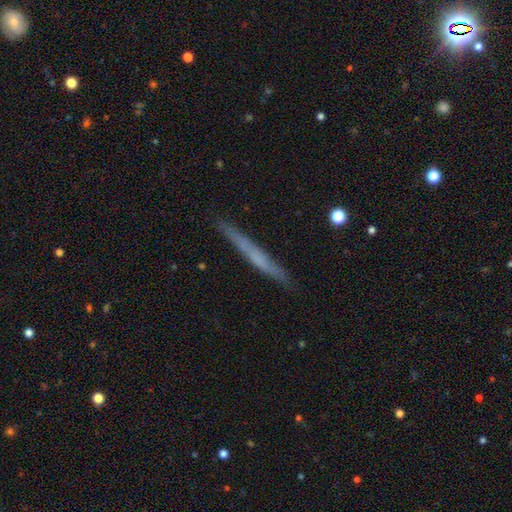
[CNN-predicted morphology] Smooth or featured? Predicted: featured or disk (p=0.48). Merging? Predicted: none (p=0.89).